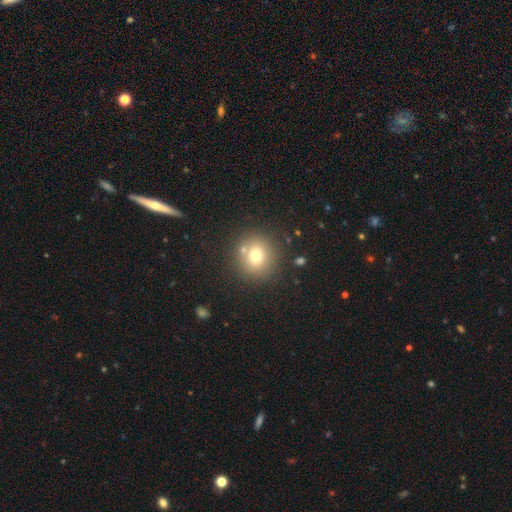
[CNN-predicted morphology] The model was most divided on "smooth or featured": smooth: 72%, star or artifact: 15%, featured or disk: 13%. More confident: how rounded — round (91%); merging — none (79%).